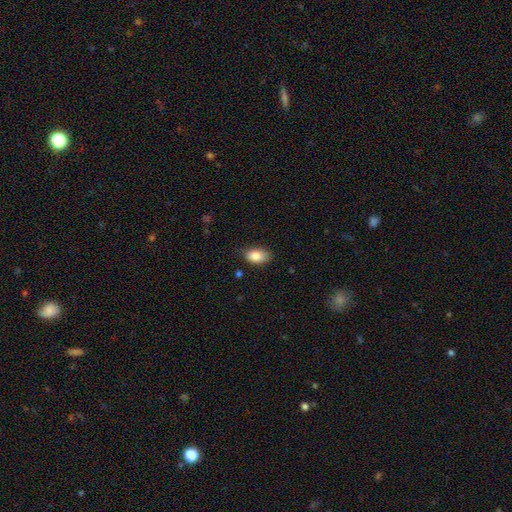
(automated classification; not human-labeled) Overall: smooth (86%). How rounded: in between (90%). Merging: none (78%).